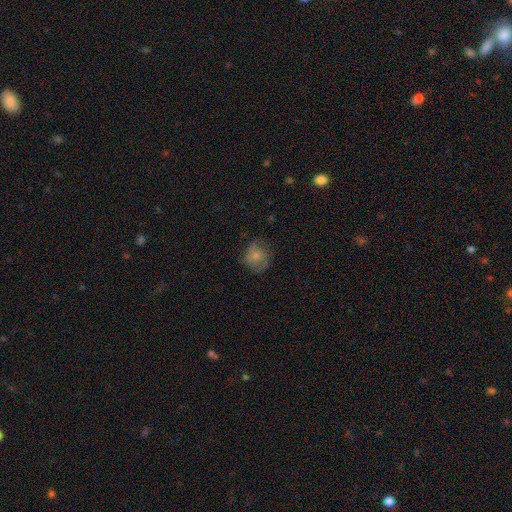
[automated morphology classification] smooth 64%, featured or disk 28%, star or artifact 9%. Down the decision tree: how rounded — round (78%); merging — none (65%).